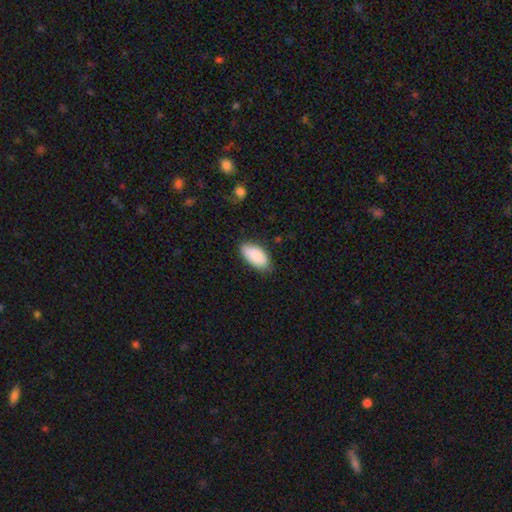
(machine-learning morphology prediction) Smooth or featured? smooth (88%)
How rounded? in between (94%)
Merging? none (77%)